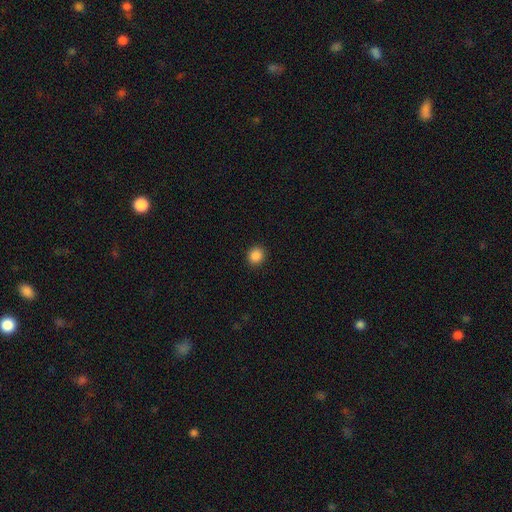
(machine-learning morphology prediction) Q: Smooth or featured?
A: smooth (87%); runner-up: star or artifact (10%)
Q: How rounded?
A: round (85%); runner-up: in between (14%)
Q: Merging?
A: none (92%); runner-up: minor disturbance (5%)